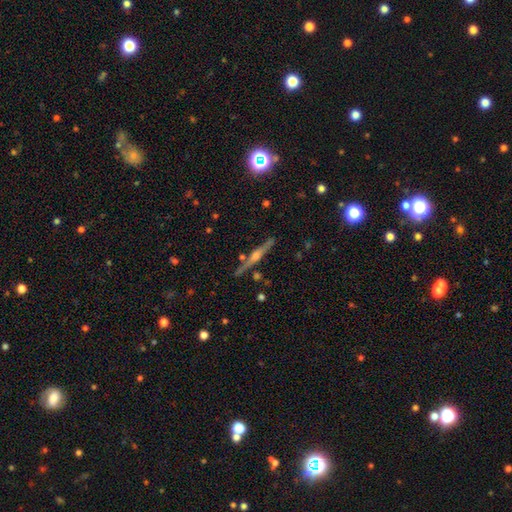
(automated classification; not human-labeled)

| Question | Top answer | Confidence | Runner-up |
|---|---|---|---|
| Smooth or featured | featured or disk | 78% | smooth (13%) |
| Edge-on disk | yes | 98% | no (2%) |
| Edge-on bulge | rounded | 77% | boxy (15%) |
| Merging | none | 88% | minor disturbance (8%) |